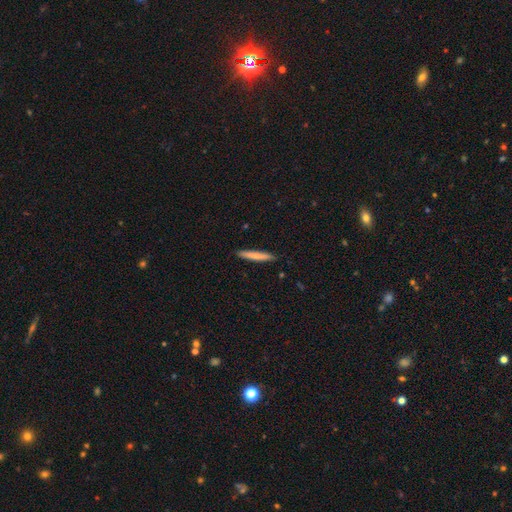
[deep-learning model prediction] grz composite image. It shows a smooth galaxy with no disk features (74%) that is cigar-shaped (95%). Merging: none (91%).